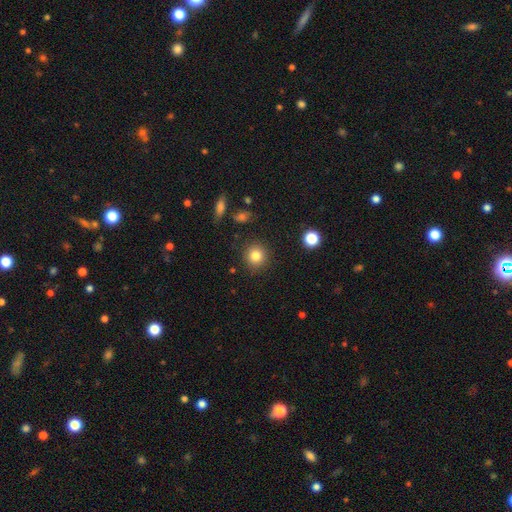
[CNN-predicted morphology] The model was most divided on "smooth or featured": smooth: 82%, star or artifact: 11%, featured or disk: 6%. More confident: how rounded — round (92%); merging — none (90%).